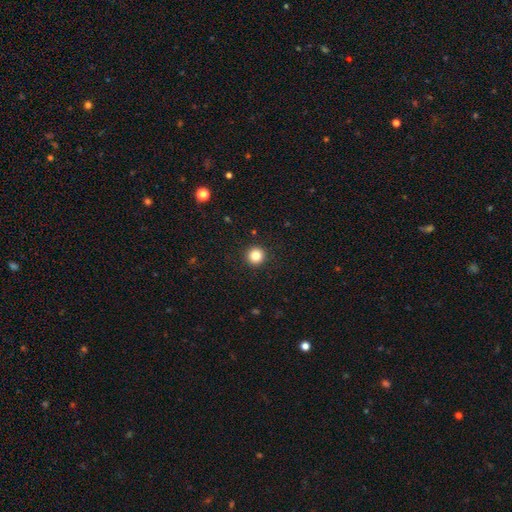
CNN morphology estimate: smooth_or_featured: smooth (p=0.83) [alt: star or artifact p=0.11]
how_rounded: round (p=0.96) [alt: in between p=0.03]
merging: none (p=0.93) [alt: minor disturbance p=0.04]